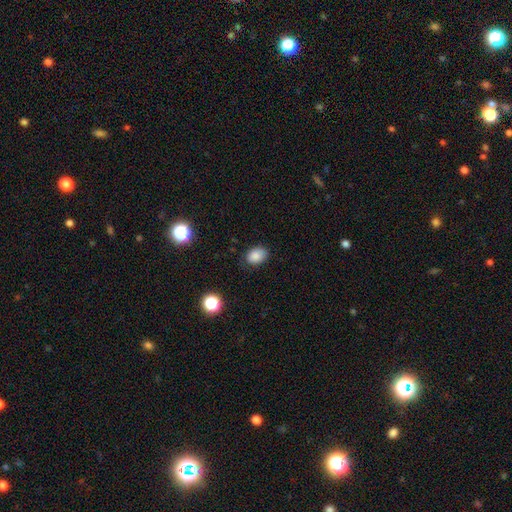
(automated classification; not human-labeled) Smooth or featured? smooth (84%)
How rounded? in between (74%)
Merging? none (79%)